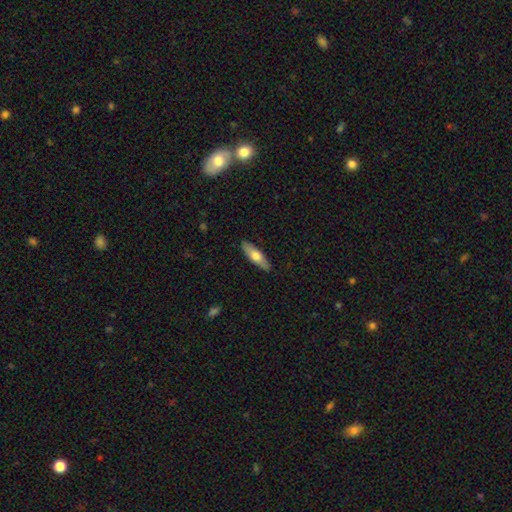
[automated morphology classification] This appears to be a smooth galaxy with no disk features (62%) that is cigar-shaped (53%). Merging: none (88%).